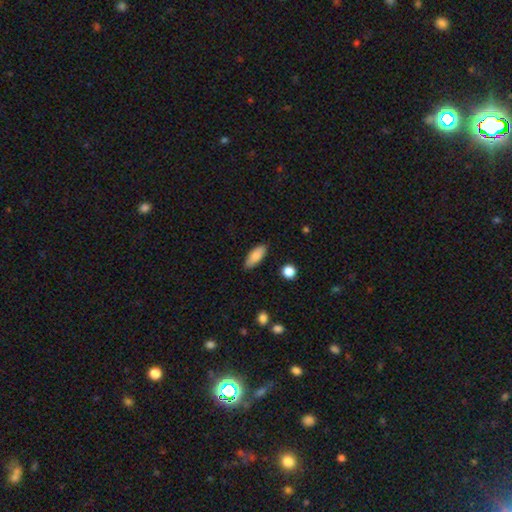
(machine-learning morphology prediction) A smooth galaxy with no disk features (84%) that is in between round and cigar-shaped (79%). Merging: none (85%).